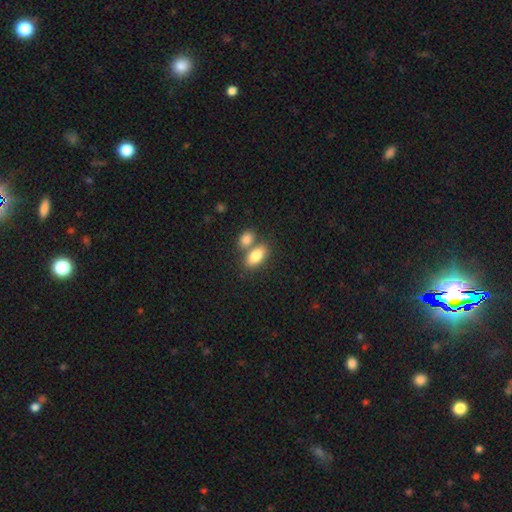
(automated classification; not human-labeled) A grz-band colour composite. It shows a smooth galaxy with no disk features (82%) that is in between round and cigar-shaped (88%). Merging: none (49%).